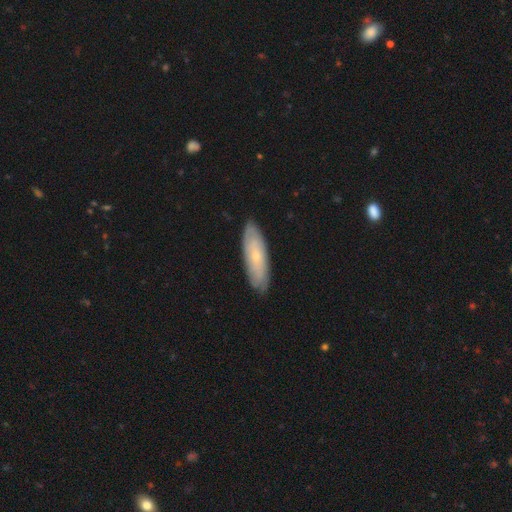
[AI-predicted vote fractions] A smooth galaxy with no disk features (50%).

Vote fractions:
- Smooth or featured? smooth: 50% / featured or disk: 44% / star or artifact: 6%
- Merging? none: 86% / minor disturbance: 11% / major disturbance: 2% / merger: 1%